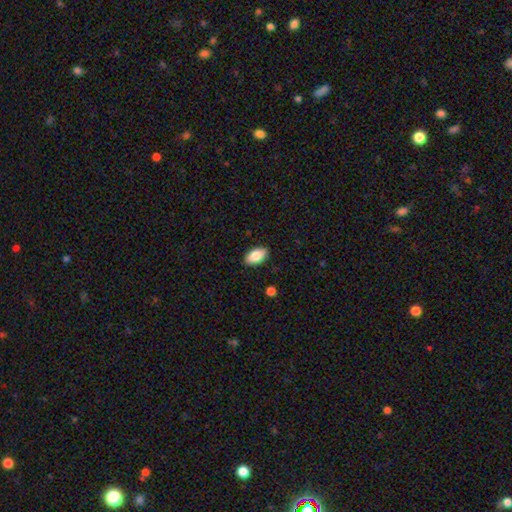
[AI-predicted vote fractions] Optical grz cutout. It shows a smooth galaxy with no disk features (84%) that is in between round and cigar-shaped (94%). Merging: none (88%).